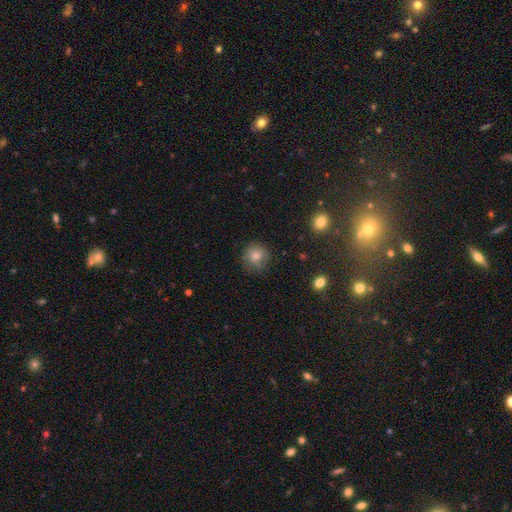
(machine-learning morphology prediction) This appears to be a smooth galaxy with no disk features (80%) that is round (90%). Merging: none (79%).